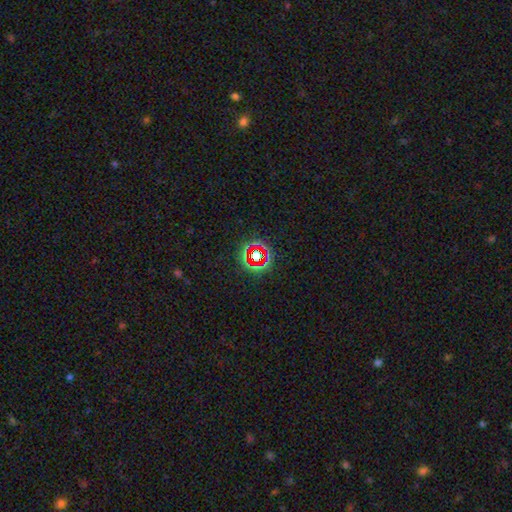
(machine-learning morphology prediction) smooth-or-featured: star or artifact: 70% | smooth: 17% | featured or disk: 12%